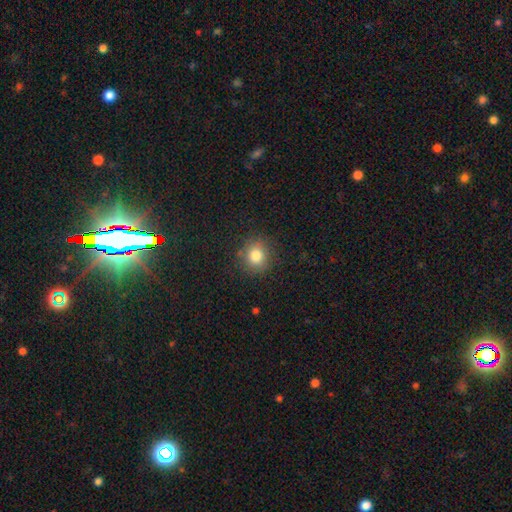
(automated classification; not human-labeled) The model was most divided on "smooth or featured": smooth: 81%, star or artifact: 12%, featured or disk: 7%. More confident: how rounded — round (87%); merging — none (86%).